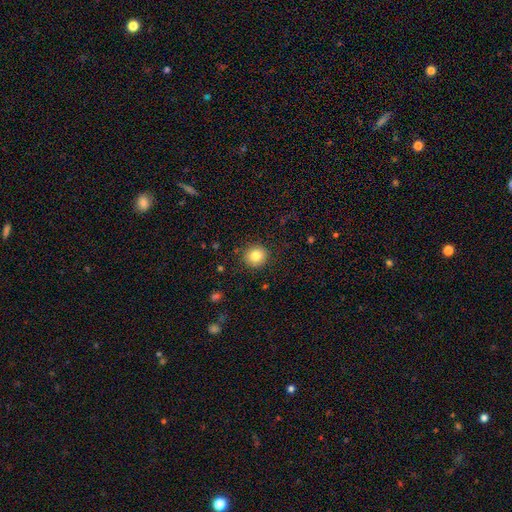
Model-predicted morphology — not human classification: A smooth galaxy with no disk features (82%) that is round (88%). Merging: none (89%).